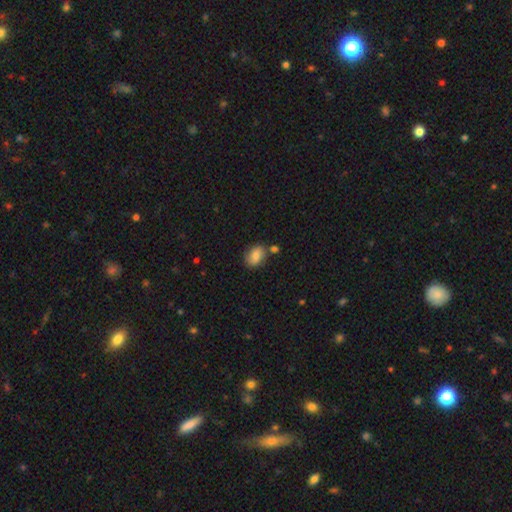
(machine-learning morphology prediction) Q: Smooth or featured?
A: smooth (74%); runner-up: featured or disk (17%)
Q: How rounded?
A: in between (66%); runner-up: round (32%)
Q: Merging?
A: none (66%); runner-up: minor disturbance (18%)